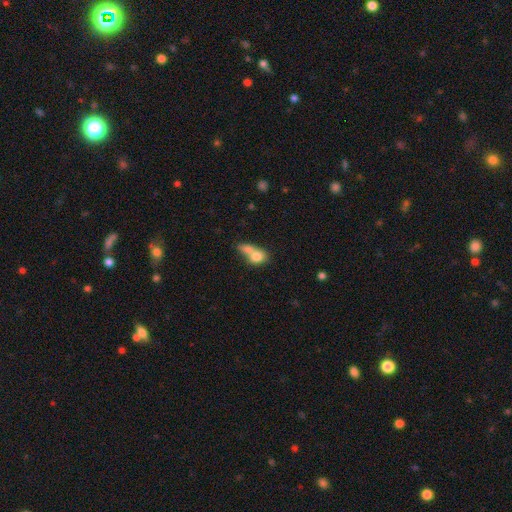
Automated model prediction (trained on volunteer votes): smooth 74%, featured or disk 18%, star or artifact 8%. Down the decision tree: how rounded — in between (53%); merging — merger (68%).